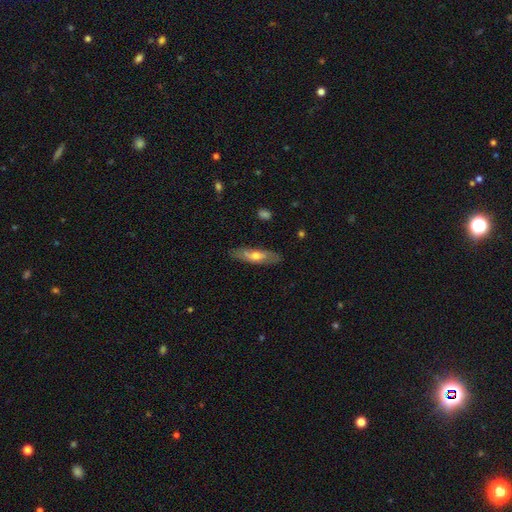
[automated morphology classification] The model was most divided on "smooth or featured": smooth: 48%, featured or disk: 46%, star or artifact: 6%. More confident: merging — none (81%).